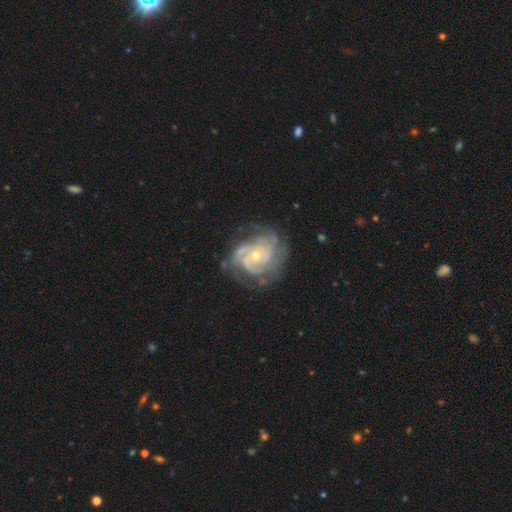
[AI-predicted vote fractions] Q: Smooth or featured?
A: featured or disk (88%); runner-up: smooth (6%)
Q: Edge-on disk?
A: no (98%); runner-up: yes (2%)
Q: Bar?
A: no (74%); runner-up: weak (21%)
Q: Spiral arms?
A: yes (97%); runner-up: no (3%)
Q: Spiral winding?
A: tight (65%); runner-up: medium (29%)
Q: Spiral arm count?
A: 3 (30%); runner-up: can't tell (23%)
Q: Bulge size?
A: small (58%); runner-up: moderate (39%)
Q: Merging?
A: none (67%); runner-up: minor disturbance (21%)